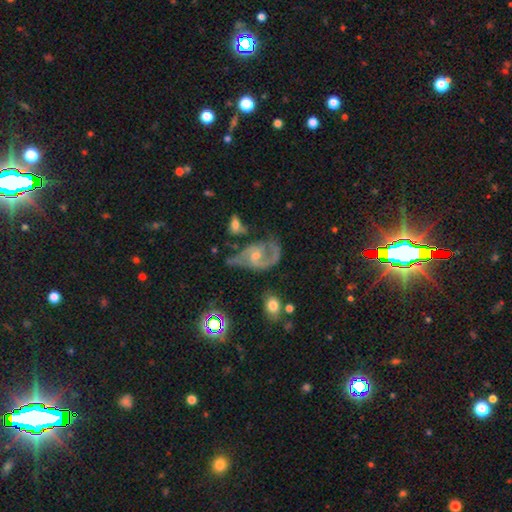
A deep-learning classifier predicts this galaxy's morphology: Smooth or featured?
  - featured or disk: 81% *
  - star or artifact: 10%
  - smooth: 9%
Edge-on disk?
  - no: 97% *
  - yes: 3%
Bar?
  - no: 54% *
  - weak: 36%
  - strong: 10%
Spiral arms?
  - yes: 93% *
  - no: 7%
Spiral winding?
  - medium: 50% *
  - tight: 26%
  - loose: 24%
Spiral arm count?
  - 2: 71% *
  - 1: 12%
  - can't tell: 10%
  - 3: 4%
  - 4: 2%
  - more than 4: 2%
Bulge size?
  - small: 57% *
  - moderate: 38%
  - none: 2%
  - large: 2%
  - dominant: 1%
Merging?
  - none: 45% *
  - minor disturbance: 24%
  - major disturbance: 23%
  - merger: 8%